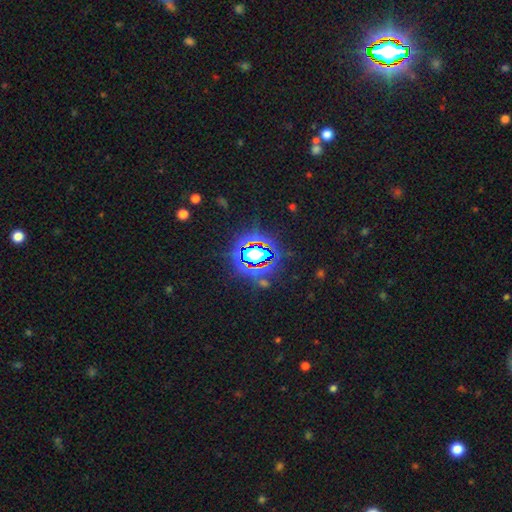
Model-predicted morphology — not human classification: star or artifact 79%, smooth 12%, featured or disk 9%.